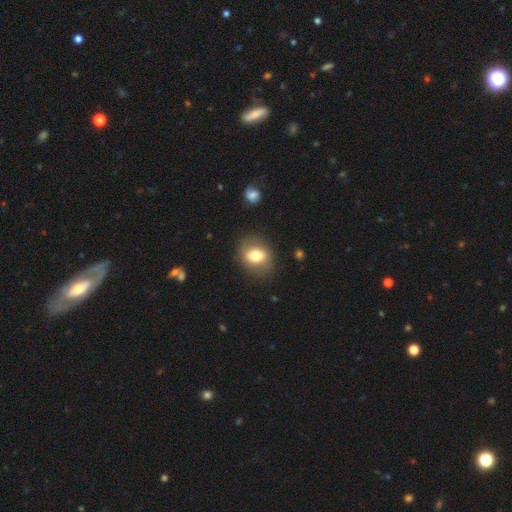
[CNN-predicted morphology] This is likely a smooth galaxy (68%). How rounded: possibly in between (50%). Merging: clearly none (81%).